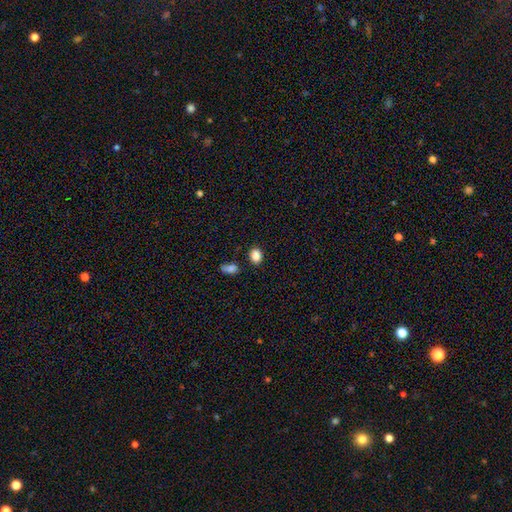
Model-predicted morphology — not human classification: This is clearly a smooth galaxy (86%). How rounded: possibly in between (55%). Merging: clearly none (81%).